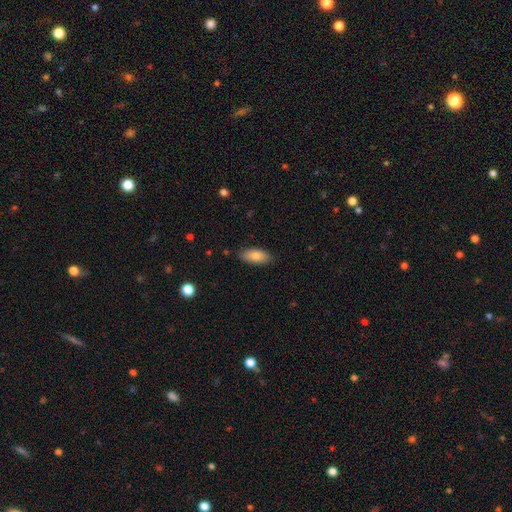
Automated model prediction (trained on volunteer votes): Smooth or featured: smooth — 84% (featured or disk — 10%)
How rounded: in between — 84% (cigar-shaped — 14%)
Merging: none — 85% (minor disturbance — 11%)